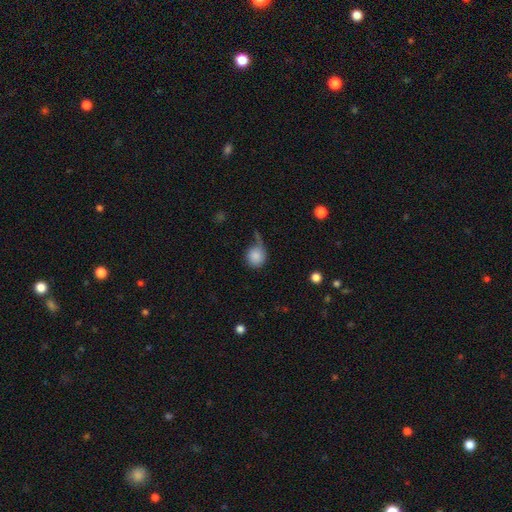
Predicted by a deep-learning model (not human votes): Smooth or featured? Predicted: smooth (p=0.85). How rounded? Predicted: round (p=0.84). Merging? Predicted: none (p=0.47).